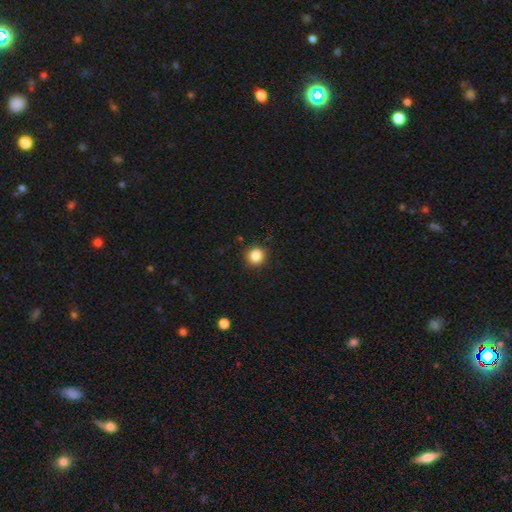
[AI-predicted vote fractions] smooth-or-featured: smooth: 86% | star or artifact: 11% | featured or disk: 3%
  how-rounded: round: 92% | in between: 7% | cigar-shaped: 1%
  merging: none: 90% | minor disturbance: 7% | major disturbance: 2% | merger: 1%